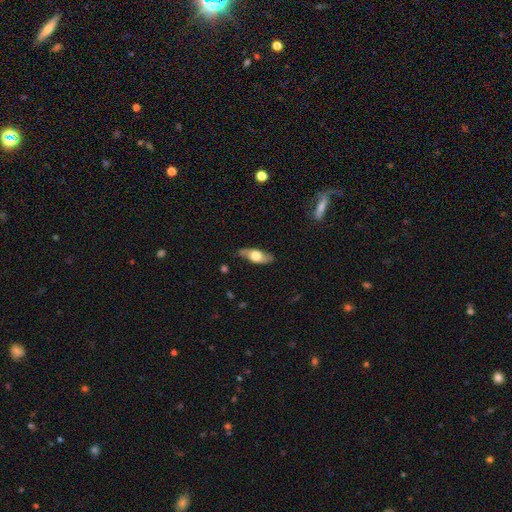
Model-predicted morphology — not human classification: smooth 50%, featured or disk 44%, star or artifact 6%. Down the decision tree: merging — none (78%).